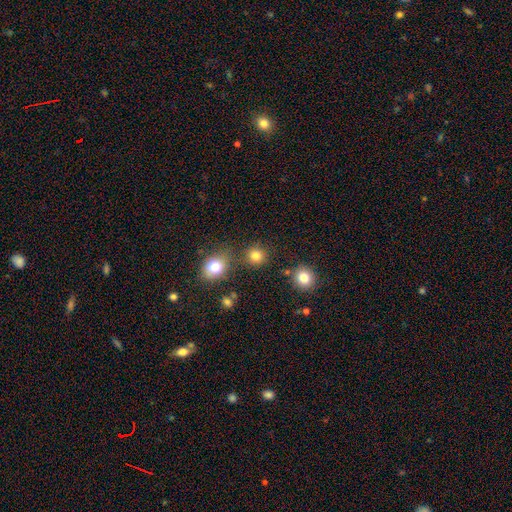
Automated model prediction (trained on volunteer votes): Overall: smooth (81%). How rounded: round (88%). Merging: none (82%).